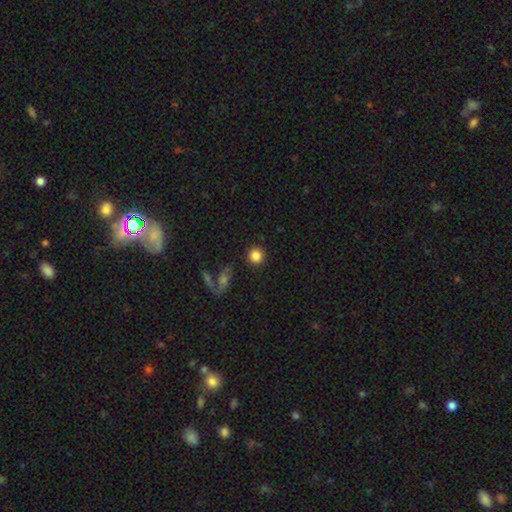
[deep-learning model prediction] The model was most divided on "smooth or featured": smooth: 84%, star or artifact: 10%, featured or disk: 6%. More confident: how rounded — round (94%); merging — none (88%).